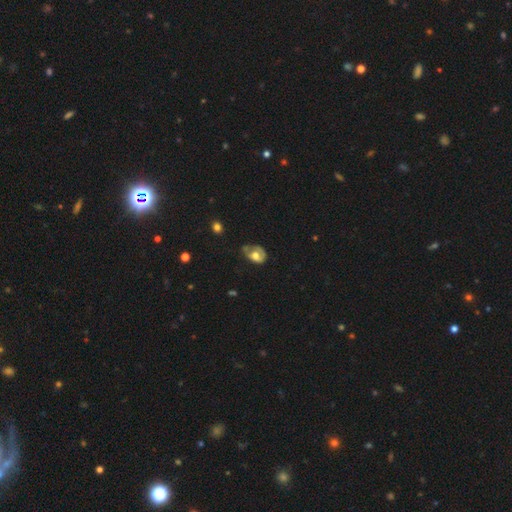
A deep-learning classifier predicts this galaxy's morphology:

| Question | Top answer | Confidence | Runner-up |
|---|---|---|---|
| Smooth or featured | smooth | 55% | featured or disk (37%) |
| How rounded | in between | 69% | round (30%) |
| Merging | minor disturbance | 37% | none (29%) |